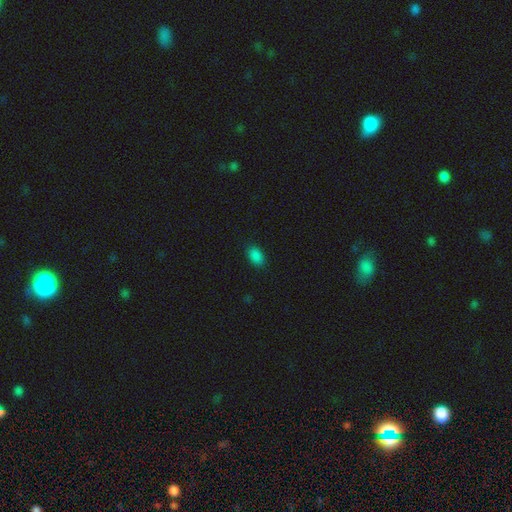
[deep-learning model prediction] This is clearly a smooth galaxy (85%). How rounded: clearly in between (91%). Merging: clearly none (87%).